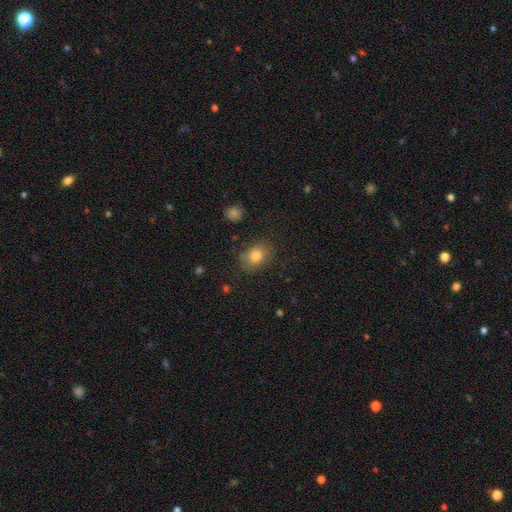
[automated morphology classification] A smooth galaxy with no disk features (80%) that is in between round and cigar-shaped (66%).

Vote fractions:
- Smooth or featured? smooth: 80% / featured or disk: 10% / star or artifact: 10%
- How rounded? in between: 66% / round: 33% / cigar-shaped: 1%
- Merging? none: 79% / minor disturbance: 15% / major disturbance: 4% / merger: 2%